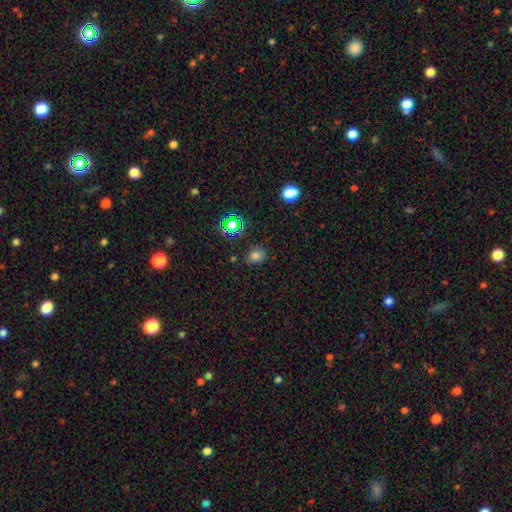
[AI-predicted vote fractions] A smooth galaxy with no disk features (74%) that is in between round and cigar-shaped (51%).

Vote fractions:
- Smooth or featured? smooth: 74% / star or artifact: 20% / featured or disk: 6%
- How rounded? in between: 51% / round: 48% / cigar-shaped: 1%
- Merging? none: 77% / minor disturbance: 16% / major disturbance: 4% / merger: 3%